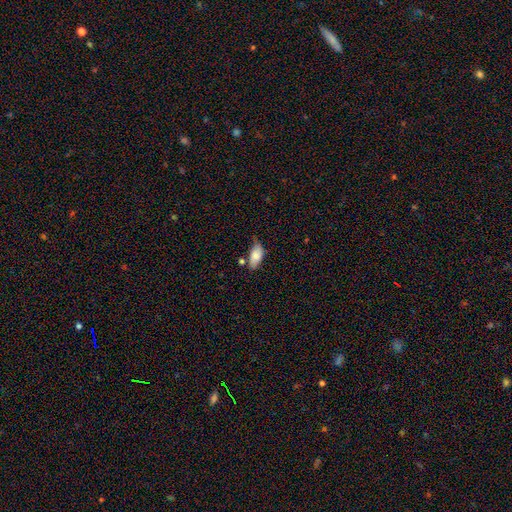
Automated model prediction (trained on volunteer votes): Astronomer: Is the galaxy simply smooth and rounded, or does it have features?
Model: smooth — 80%.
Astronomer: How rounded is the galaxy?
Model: in between — 90%.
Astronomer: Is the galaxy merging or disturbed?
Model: none — 54% (runner-up: minor disturbance, 31%).